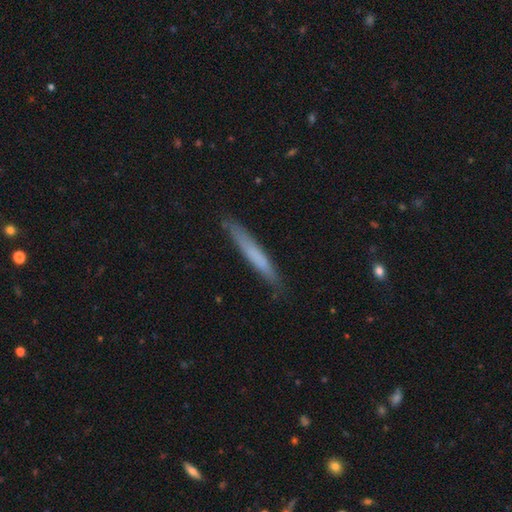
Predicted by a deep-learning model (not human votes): smooth_or_featured: smooth (p=0.64) [alt: featured or disk p=0.29]
how_rounded: cigar-shaped (p=0.96) [alt: in between p=0.03]
merging: none (p=0.84) [alt: minor disturbance p=0.13]